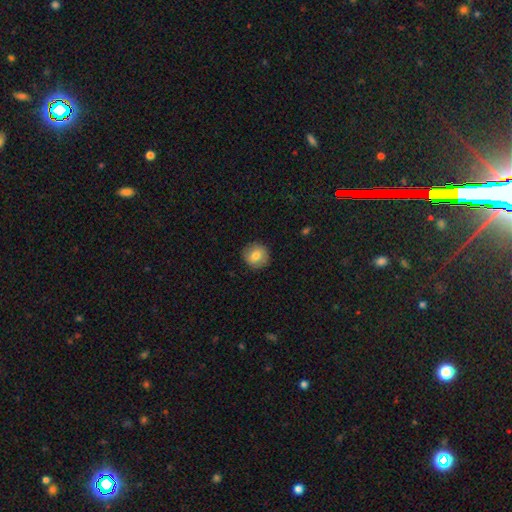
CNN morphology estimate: Smooth or featured?
  - smooth: 77% *
  - featured or disk: 15%
  - star or artifact: 8%
How rounded?
  - round: 91% *
  - in between: 8%
  - cigar-shaped: 1%
Merging?
  - none: 88% *
  - minor disturbance: 8%
  - major disturbance: 2%
  - merger: 1%